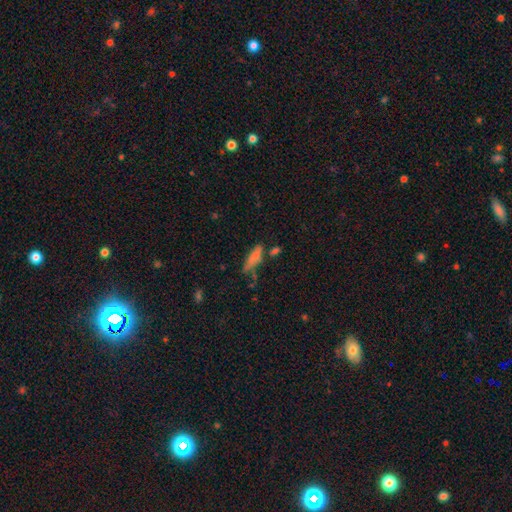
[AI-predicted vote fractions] Smooth or featured: smooth — 68% (featured or disk — 20%)
How rounded: cigar-shaped — 65% (in between — 32%)
Merging: none — 53% (minor disturbance — 24%)